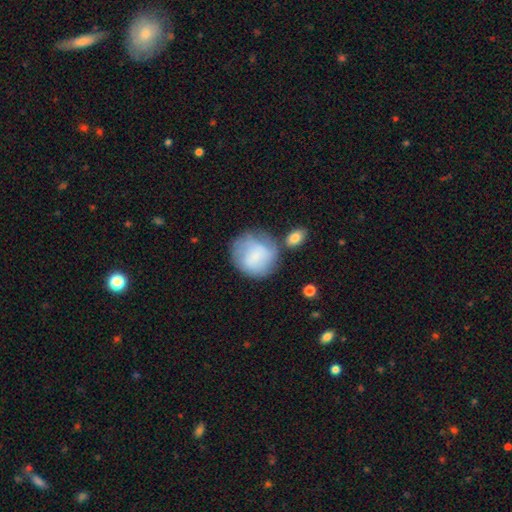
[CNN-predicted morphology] Smooth or featured? Predicted: smooth (p=0.65). How rounded? Predicted: round (p=0.83). Merging? Predicted: none (p=0.52).